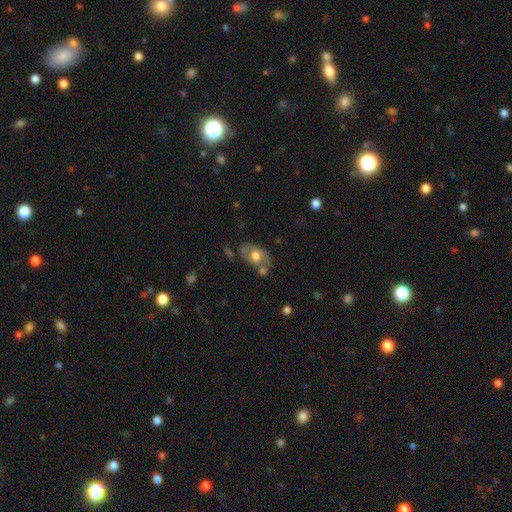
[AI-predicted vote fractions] This is possibly a smooth galaxy (49%). Merging: possibly none (53%).